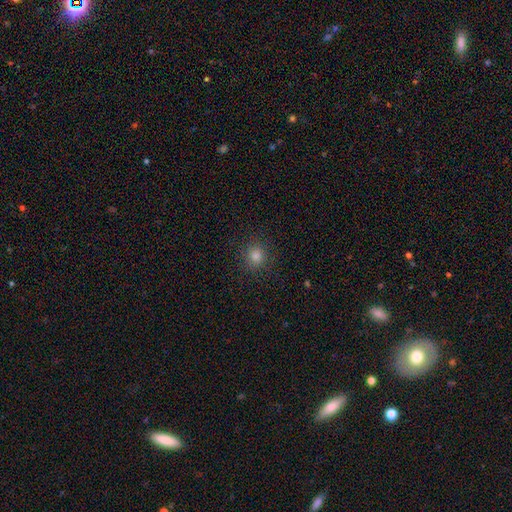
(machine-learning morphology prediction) Smooth or featured: smooth — 80% (star or artifact — 16%)
How rounded: round — 86% (in between — 13%)
Merging: none — 90% (minor disturbance — 7%)